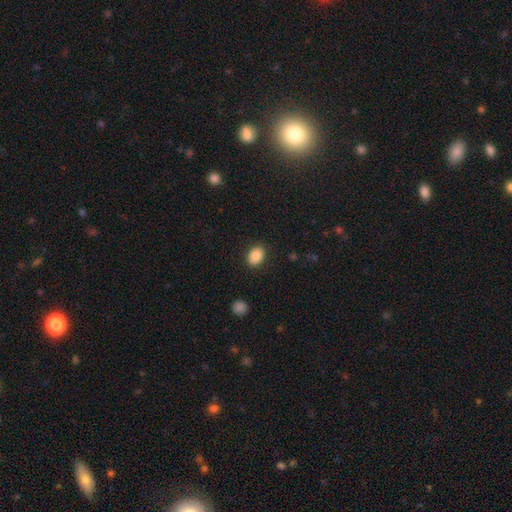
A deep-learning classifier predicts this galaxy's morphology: The model was most divided on "how rounded": in between: 68%, round: 31%, cigar-shaped: 1%. More confident: merging — none (87%); smooth or featured — smooth (86%).